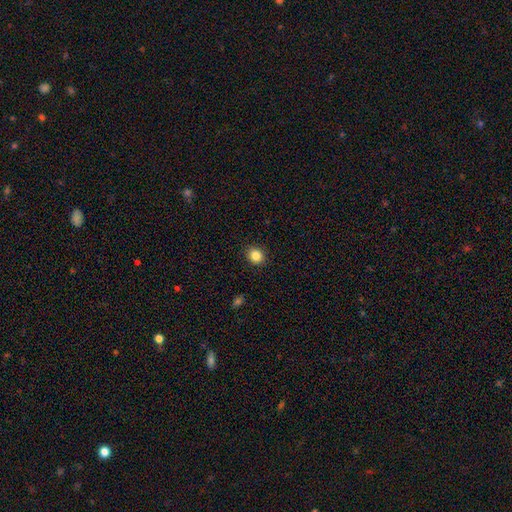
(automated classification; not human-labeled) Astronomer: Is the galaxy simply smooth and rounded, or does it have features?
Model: smooth — 85%.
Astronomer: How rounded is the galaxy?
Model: round — 79%.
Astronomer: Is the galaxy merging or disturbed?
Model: none — 91%.